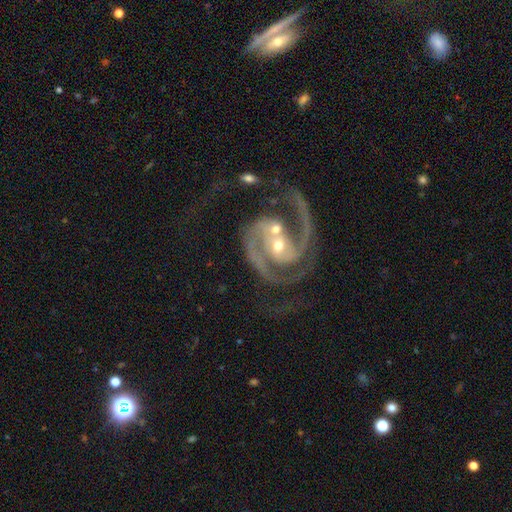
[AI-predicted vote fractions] Overall: featured or disk (93%). Edge-on disk: no (98%). Bar: no (41%; weak 34%). Spiral arms: yes (98%). Spiral arm count: 2 (86%). Spiral winding: medium (54%; tight 35%). Bulge size: small (56%; moderate 40%). Merging: none (41%; merger 24%).